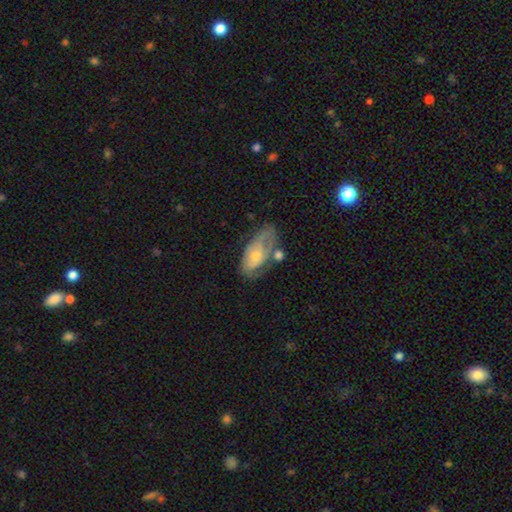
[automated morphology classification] Smooth or featured: featured or disk — 56% (smooth — 37%)
Edge-on disk: no — 92% (yes — 8%)
Bar: no — 77% (weak — 20%)
Spiral arms: yes — 65% (no — 35%)
Bulge size: moderate — 48% (small — 42%)
Merging: none — 36% (minor disturbance — 28%)